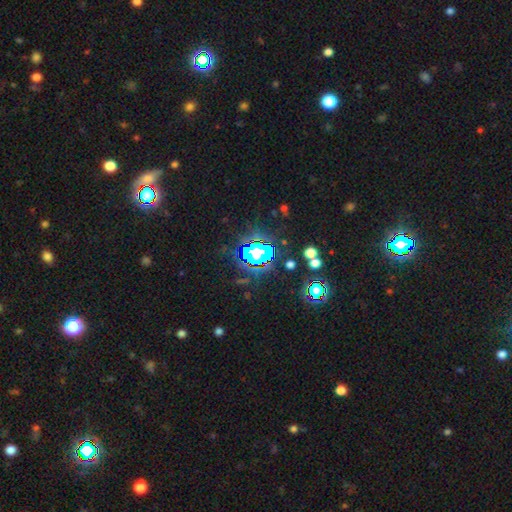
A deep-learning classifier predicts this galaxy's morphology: Smooth or featured? star or artifact (76%)